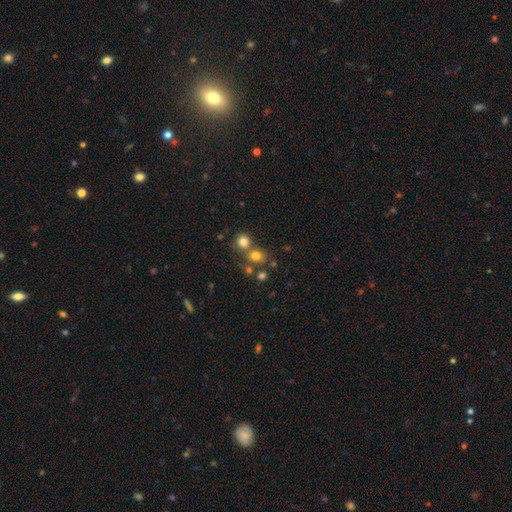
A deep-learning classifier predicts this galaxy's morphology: Smooth or featured? smooth (72%)
How rounded? round (75%)
Merging? none (50%)